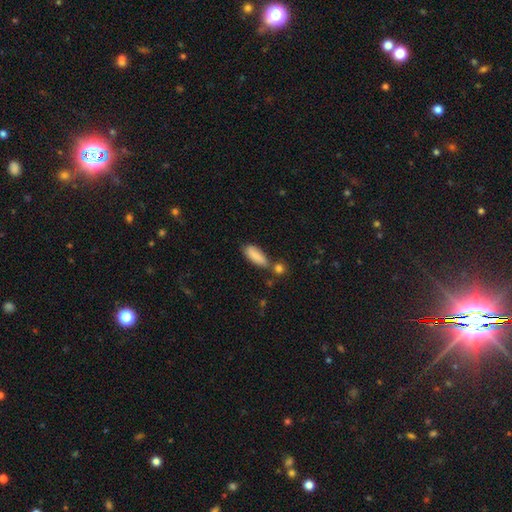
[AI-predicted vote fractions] Smooth or featured? smooth (86%)
How rounded? in between (68%)
Merging? none (63%)